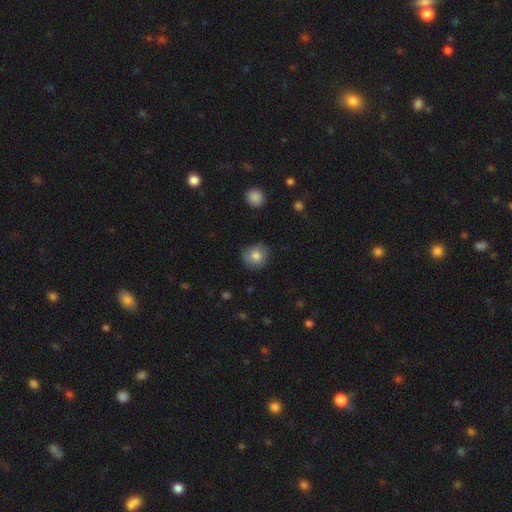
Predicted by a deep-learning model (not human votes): smooth-or-featured: smooth: 78% | featured or disk: 14% | star or artifact: 9%
  how-rounded: round: 85% | in between: 14% | cigar-shaped: 1%
  merging: none: 79% | minor disturbance: 17% | major disturbance: 4% | merger: 1%